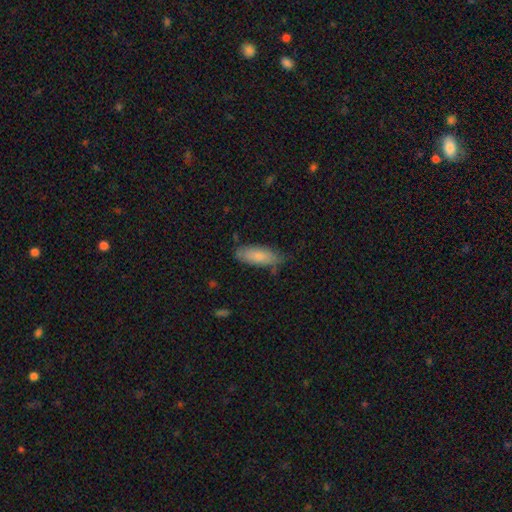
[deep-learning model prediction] Smooth or featured? smooth (79%)
How rounded? in between (62%)
Merging? none (74%)